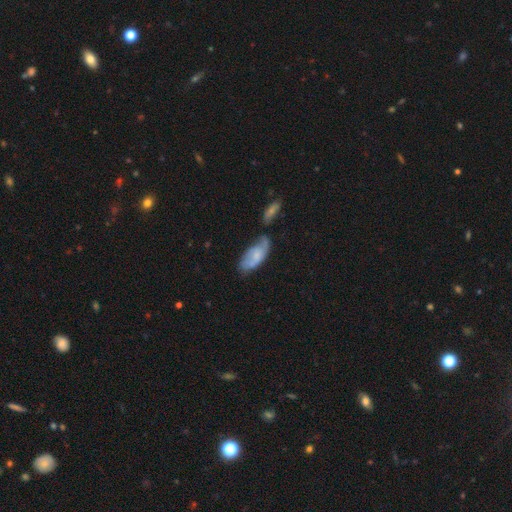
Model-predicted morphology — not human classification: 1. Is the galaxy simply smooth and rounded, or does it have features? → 57% smooth, 36% featured or disk, 7% star or artifact.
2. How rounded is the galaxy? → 86% in between, 11% cigar-shaped, 2% round.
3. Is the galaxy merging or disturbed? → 31% none, 27% minor disturbance, 26% merger, 16% major disturbance.